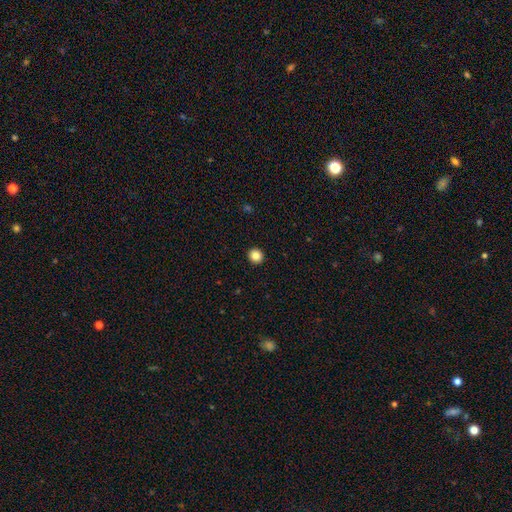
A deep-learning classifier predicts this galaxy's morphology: type=smooth (85%); roundness=round (89%); merging=none (93%).